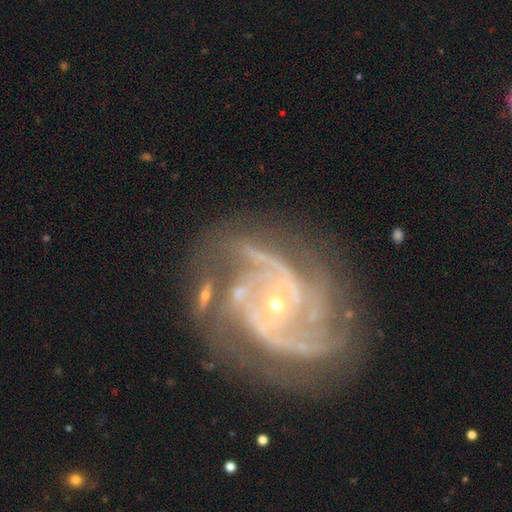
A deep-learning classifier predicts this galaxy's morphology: Smooth or featured?
  - featured or disk: 88% *
  - star or artifact: 7%
  - smooth: 5%
Edge-on disk?
  - no: 98% *
  - yes: 2%
Bar?
  - no: 60% *
  - weak: 26%
  - strong: 13%
Spiral arms?
  - yes: 97% *
  - no: 3%
Spiral winding?
  - tight: 50% *
  - medium: 40%
  - loose: 10%
Spiral arm count?
  - 3: 31% *
  - 2: 22%
  - 4: 16%
  - can't tell: 16%
  - more than 4: 9%
  - 1: 7%
Bulge size?
  - small: 82% *
  - moderate: 14%
  - none: 2%
  - large: 1%
  - dominant: 1%
Merging?
  - none: 56% *
  - minor disturbance: 22%
  - major disturbance: 16%
  - merger: 6%